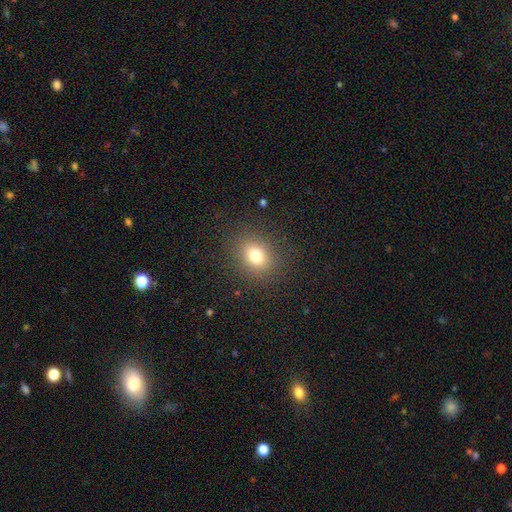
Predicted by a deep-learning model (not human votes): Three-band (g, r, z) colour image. It shows a smooth galaxy with no disk features (75%) that is round (64%). Merging: none (87%).